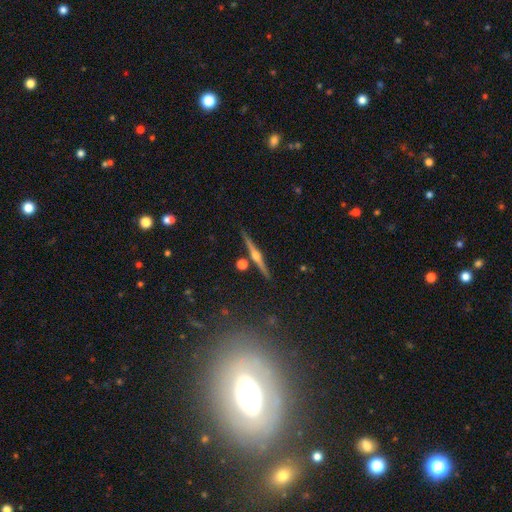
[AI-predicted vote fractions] Smooth or featured: featured or disk — 79% (smooth — 13%)
Edge-on disk: yes — 98% (no — 2%)
Edge-on bulge: rounded — 93% (boxy — 4%)
Merging: none — 86% (minor disturbance — 7%)